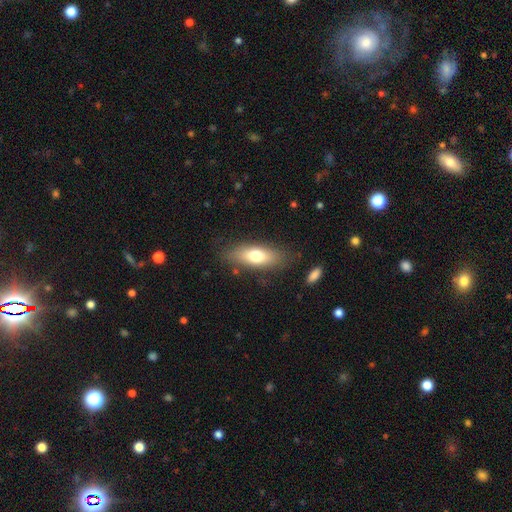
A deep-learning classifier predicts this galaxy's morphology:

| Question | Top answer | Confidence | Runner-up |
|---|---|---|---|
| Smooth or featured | smooth | 69% | featured or disk (24%) |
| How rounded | in between | 67% | cigar-shaped (29%) |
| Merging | none | 80% | minor disturbance (13%) |